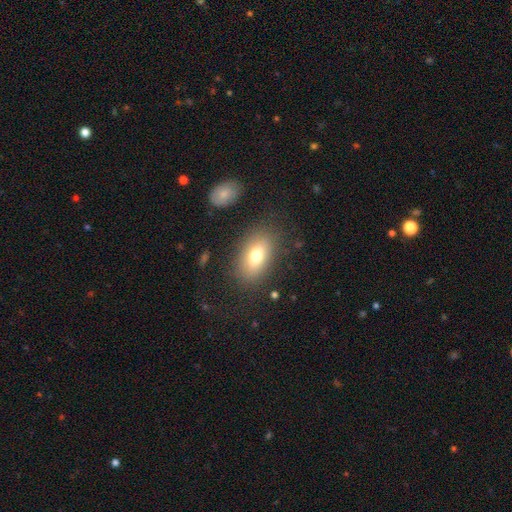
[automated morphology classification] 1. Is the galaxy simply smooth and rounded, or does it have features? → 74% smooth, 17% featured or disk, 10% star or artifact.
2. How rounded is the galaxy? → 87% in between, 9% round, 4% cigar-shaped.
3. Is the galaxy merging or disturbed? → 82% none, 11% minor disturbance, 5% major disturbance, 2% merger.